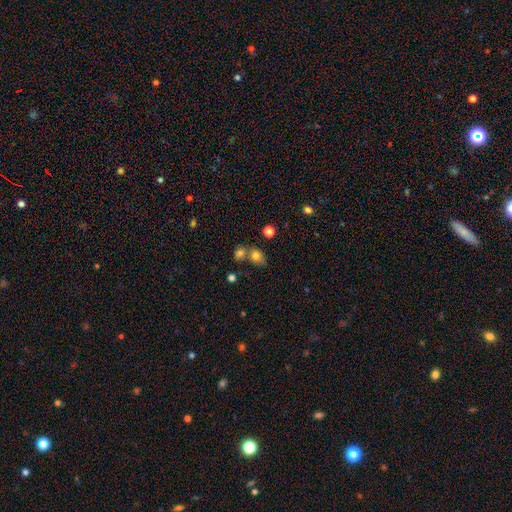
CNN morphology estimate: type=smooth (78%); roundness=in between (54%); merging=none (48%).